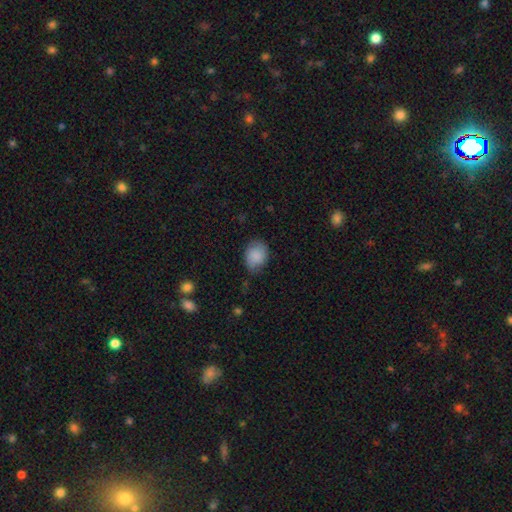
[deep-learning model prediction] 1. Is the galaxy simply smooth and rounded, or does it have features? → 84% smooth, 8% featured or disk, 7% star or artifact.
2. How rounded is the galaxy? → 54% in between, 45% round, 1% cigar-shaped.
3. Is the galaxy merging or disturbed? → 67% none, 26% minor disturbance, 5% major disturbance, 1% merger.